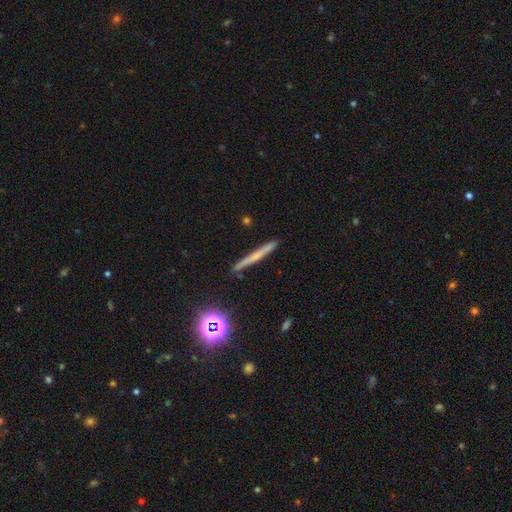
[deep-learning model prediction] smooth_or_featured: featured or disk (p=0.44) [alt: smooth p=0.43]
merging: none (p=0.88) [alt: minor disturbance p=0.08]